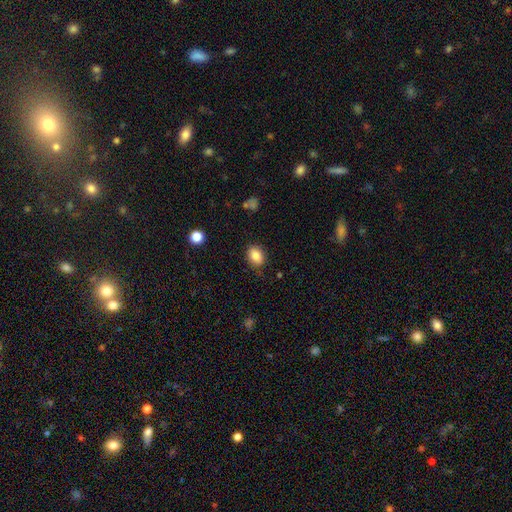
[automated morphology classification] Smooth or featured?
  - smooth: 85% *
  - star or artifact: 9%
  - featured or disk: 6%
How rounded?
  - in between: 67% *
  - round: 32%
  - cigar-shaped: 1%
Merging?
  - none: 83% *
  - minor disturbance: 12%
  - major disturbance: 3%
  - merger: 1%